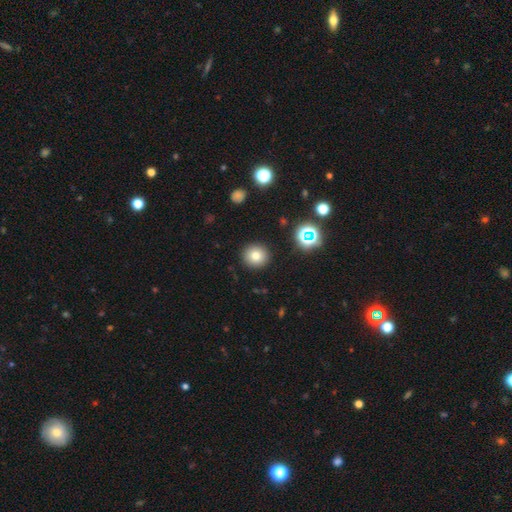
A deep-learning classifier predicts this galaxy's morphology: smooth-or-featured: smooth: 78% | star or artifact: 14% | featured or disk: 8%
  how-rounded: round: 92% | in between: 7% | cigar-shaped: 1%
  merging: none: 91% | minor disturbance: 6% | major disturbance: 2% | merger: 2%